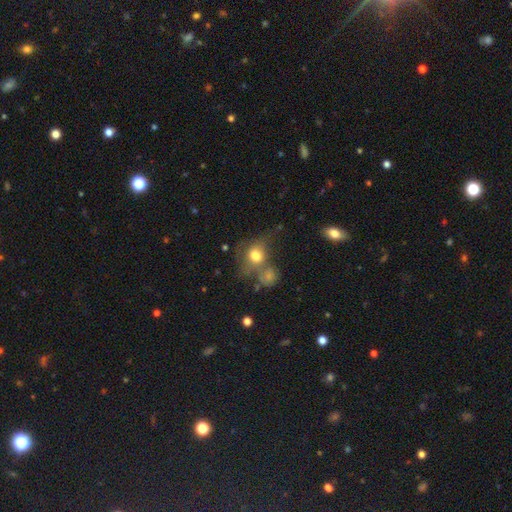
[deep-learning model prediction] Q: Smooth or featured?
A: smooth (70%); runner-up: featured or disk (18%)
Q: How rounded?
A: round (65%); runner-up: in between (33%)
Q: Merging?
A: none (34%); tied with: merger (34%)